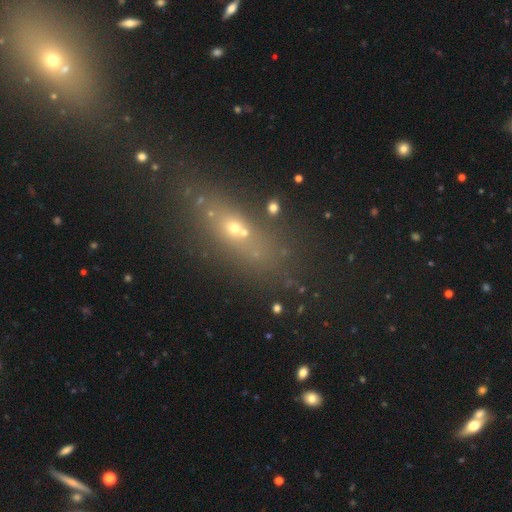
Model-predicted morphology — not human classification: The model was most divided on "smooth or featured": smooth: 41%, featured or disk: 30%, star or artifact: 29%. More confident: merging — none (58%).